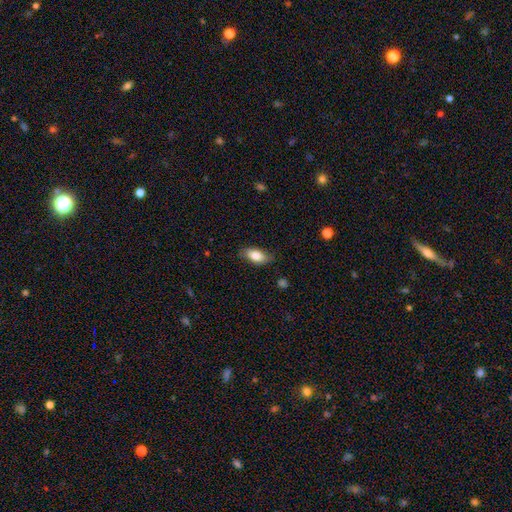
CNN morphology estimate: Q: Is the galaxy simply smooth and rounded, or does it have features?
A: smooth — 82%.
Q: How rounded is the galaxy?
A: in between — 89%.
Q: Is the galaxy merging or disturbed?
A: none — 78%.